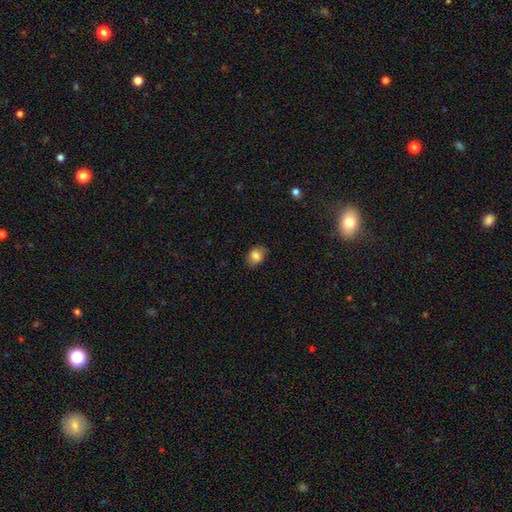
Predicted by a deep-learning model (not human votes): Smooth or featured? smooth (83%)
How rounded? in between (65%)
Merging? none (78%)